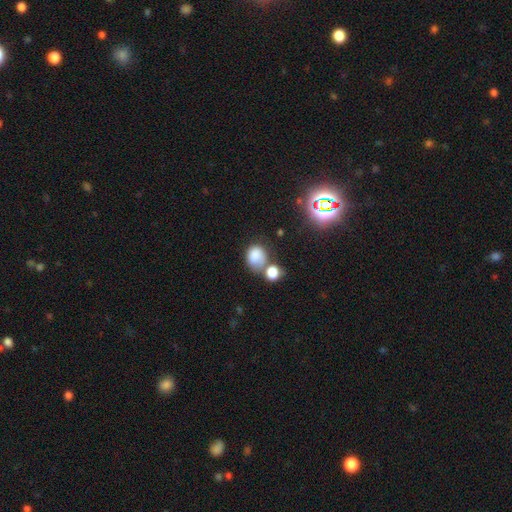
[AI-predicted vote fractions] A smooth galaxy with no disk features (78%) that is round (52%).

Vote fractions:
- Smooth or featured? smooth: 78% / star or artifact: 12% / featured or disk: 10%
- How rounded? round: 52% / in between: 47% / cigar-shaped: 1%
- Merging? merger: 37% / none: 35% / minor disturbance: 17% / major disturbance: 11%